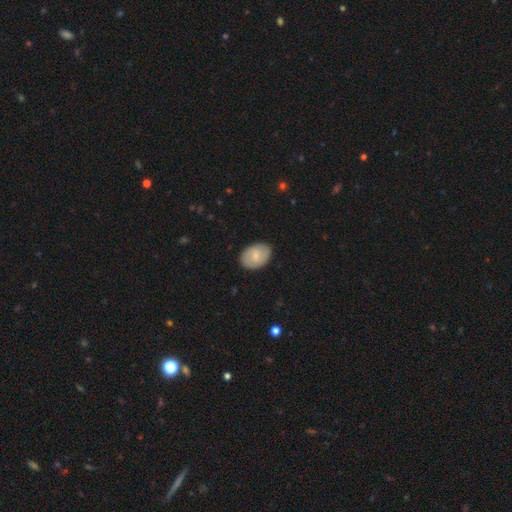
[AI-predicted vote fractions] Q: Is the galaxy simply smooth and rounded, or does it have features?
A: smooth — 71%.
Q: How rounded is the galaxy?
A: in between — 79%.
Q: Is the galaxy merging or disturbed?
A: none — 86%.